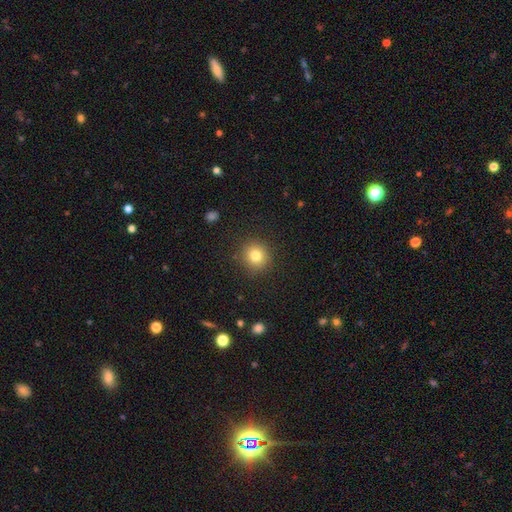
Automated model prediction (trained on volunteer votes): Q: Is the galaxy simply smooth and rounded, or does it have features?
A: smooth — 80%.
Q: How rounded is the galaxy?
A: round — 92%.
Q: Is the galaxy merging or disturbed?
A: none — 90%.